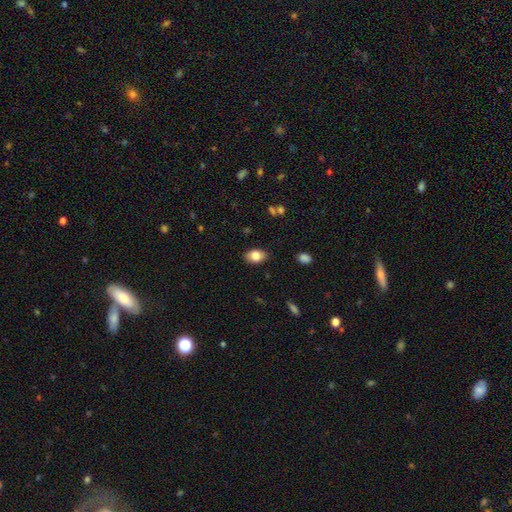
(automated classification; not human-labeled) This is clearly a smooth galaxy (81%). How rounded: clearly in between (87%). Merging: clearly none (85%).